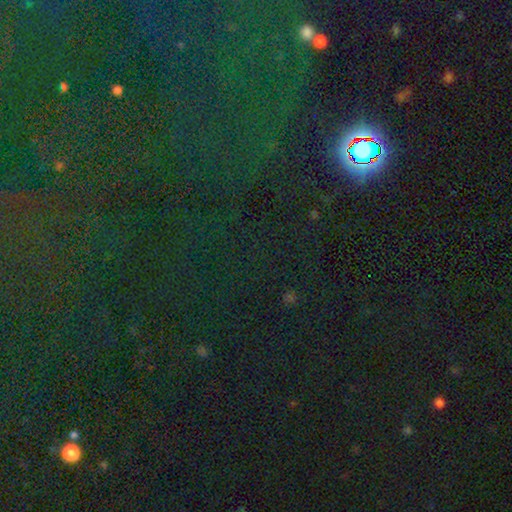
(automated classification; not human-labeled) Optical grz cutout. It shows a star or artifact, not a galaxy (83%).